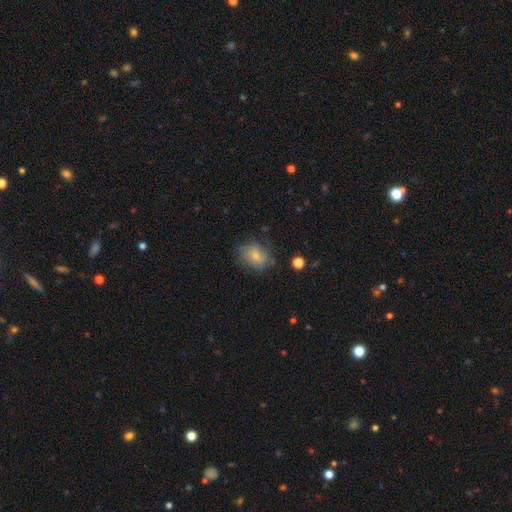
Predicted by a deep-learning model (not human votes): Q: Smooth or featured?
A: smooth (71%); runner-up: featured or disk (19%)
Q: How rounded?
A: in between (61%); runner-up: round (38%)
Q: Merging?
A: none (66%); runner-up: minor disturbance (23%)